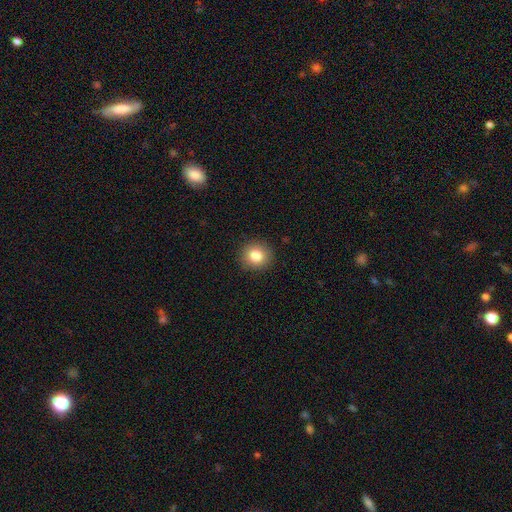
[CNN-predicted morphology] smooth-or-featured: smooth: 83% | star or artifact: 10% | featured or disk: 7%
  how-rounded: round: 87% | in between: 12% | cigar-shaped: 1%
  merging: none: 90% | minor disturbance: 7% | major disturbance: 2% | merger: 1%